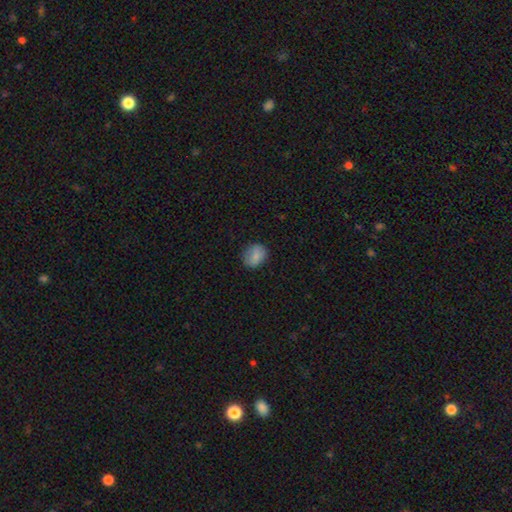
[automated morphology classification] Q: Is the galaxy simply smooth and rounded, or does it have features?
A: smooth — 80%.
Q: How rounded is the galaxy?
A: round — 60%.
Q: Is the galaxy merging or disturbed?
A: none — 80%.